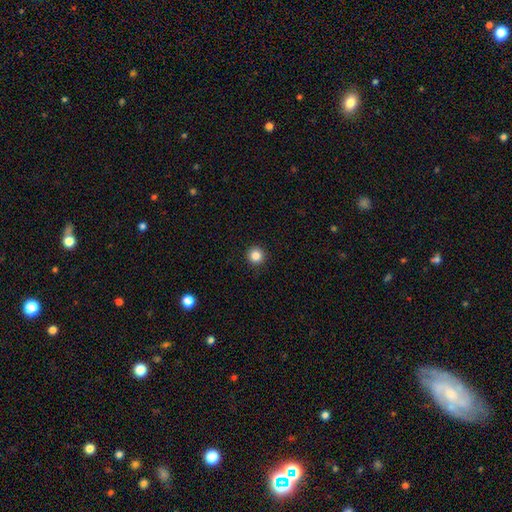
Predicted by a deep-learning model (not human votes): This appears to be a smooth galaxy with no disk features (86%) that is round (96%). Merging: none (93%).